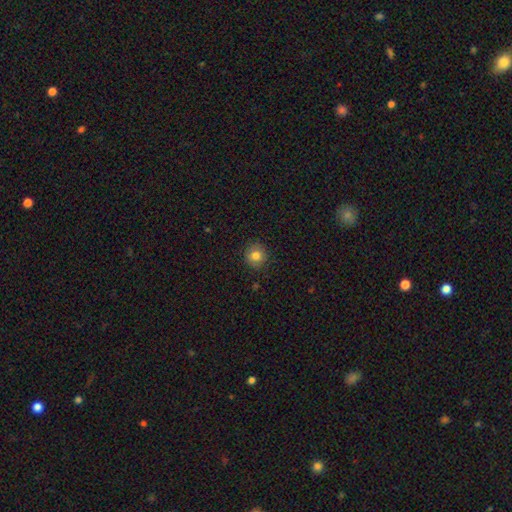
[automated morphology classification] smooth-or-featured: smooth: 82% | star or artifact: 11% | featured or disk: 8%
  how-rounded: round: 90% | in between: 9% | cigar-shaped: 1%
  merging: none: 88% | minor disturbance: 9% | major disturbance: 2% | merger: 1%